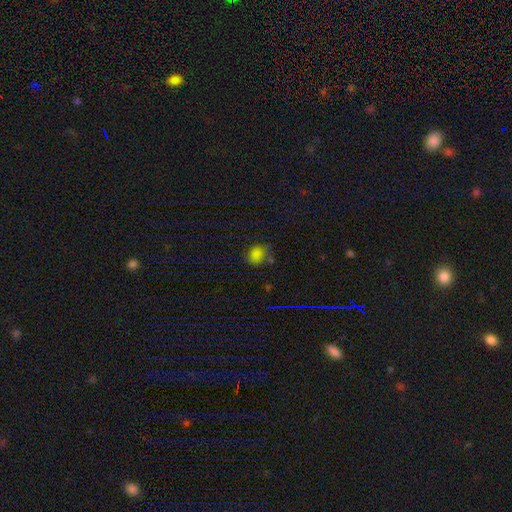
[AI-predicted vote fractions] Smooth or featured: smooth — 62% (star or artifact — 25%)
How rounded: round — 59% (in between — 39%)
Merging: none — 48% (minor disturbance — 27%)